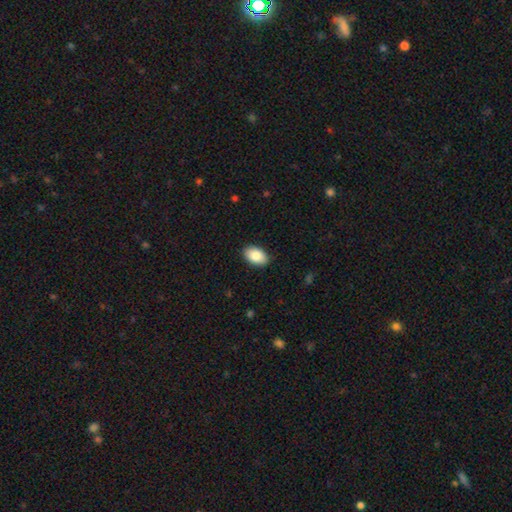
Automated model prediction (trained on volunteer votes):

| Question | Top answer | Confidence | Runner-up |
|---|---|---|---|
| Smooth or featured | smooth | 87% | featured or disk (7%) |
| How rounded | in between | 92% | round (7%) |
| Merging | none | 89% | minor disturbance (8%) |